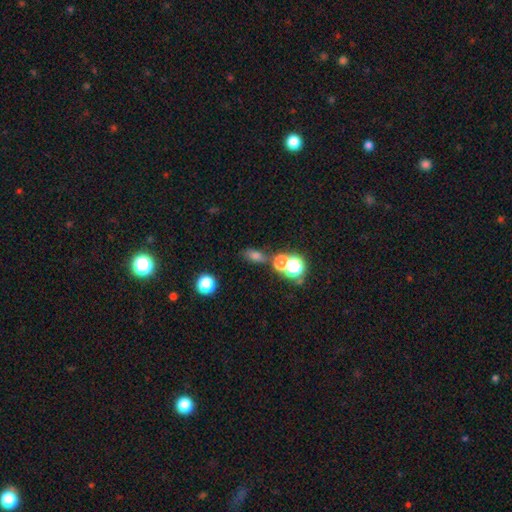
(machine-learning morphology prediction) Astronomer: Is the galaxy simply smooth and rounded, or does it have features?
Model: smooth — 64%.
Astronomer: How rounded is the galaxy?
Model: in between — 59%.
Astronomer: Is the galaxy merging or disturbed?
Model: none — 61%.